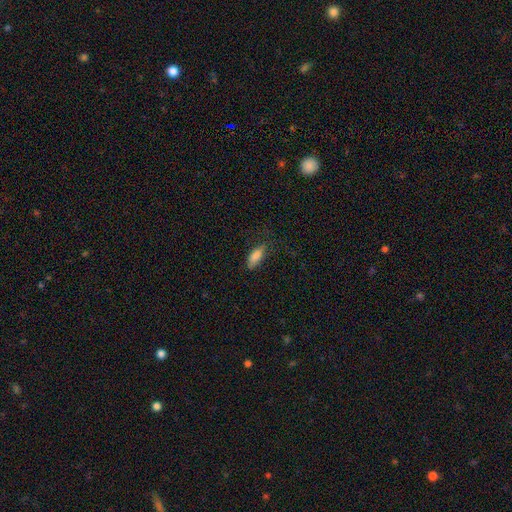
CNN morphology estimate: Smooth or featured? Predicted: smooth (p=0.84). How rounded? Predicted: in between (p=0.72). Merging? Predicted: none (p=0.62).